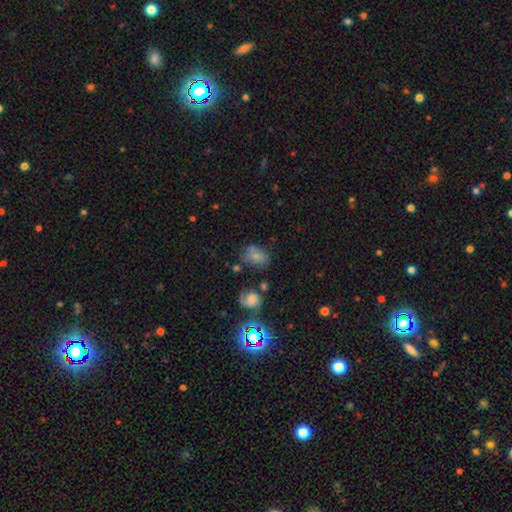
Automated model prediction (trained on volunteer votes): A smooth galaxy with no disk features (64%) that is in between round and cigar-shaped (72%).

Vote fractions:
- Smooth or featured? smooth: 64% / featured or disk: 23% / star or artifact: 13%
- How rounded? in between: 72% / round: 27% / cigar-shaped: 2%
- Merging? none: 51% / minor disturbance: 24% / major disturbance: 14% / merger: 10%